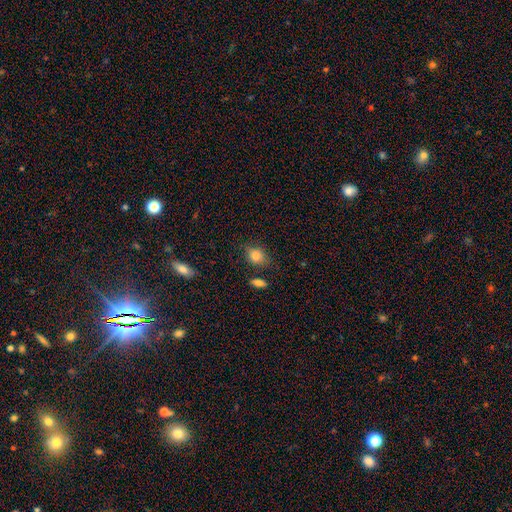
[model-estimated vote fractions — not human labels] This appears to be a smooth galaxy with no disk features (83%) that is in between round and cigar-shaped (54%). Merging: none (73%).